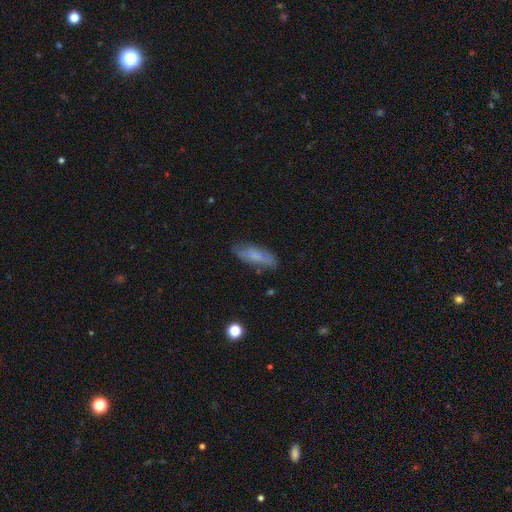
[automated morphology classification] smooth-or-featured: smooth: 64% | featured or disk: 29% | star or artifact: 8%
  how-rounded: in between: 55% | cigar-shaped: 43% | round: 2%
  merging: none: 77% | minor disturbance: 17% | major disturbance: 4% | merger: 2%